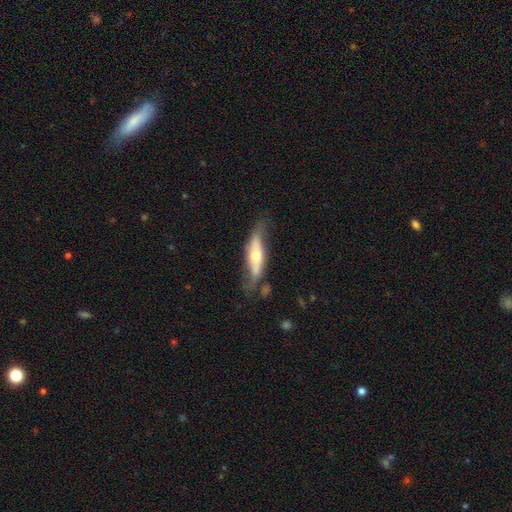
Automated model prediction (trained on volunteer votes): smooth-or-featured: featured or disk: 53% | smooth: 42% | star or artifact: 6%
  disk-edge-on: yes: 53% | no: 47%
  merging: none: 55% | minor disturbance: 27% | major disturbance: 12% | merger: 5%